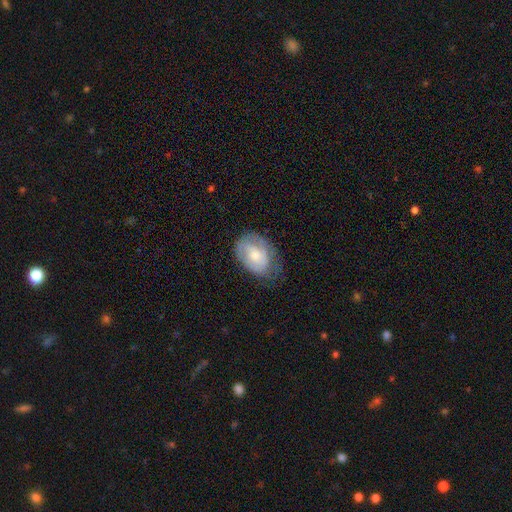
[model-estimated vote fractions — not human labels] smooth-or-featured: smooth: 58% | featured or disk: 35% | star or artifact: 7%
  how-rounded: in between: 81% | round: 18% | cigar-shaped: 1%
  merging: none: 53% | minor disturbance: 32% | major disturbance: 14% | merger: 1%